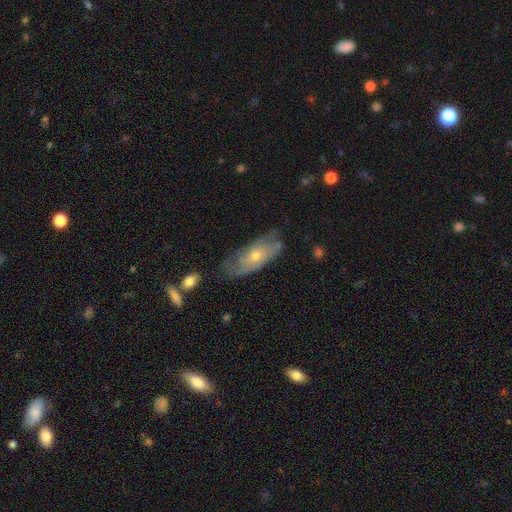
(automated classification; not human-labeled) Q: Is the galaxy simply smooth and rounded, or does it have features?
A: featured or disk — 50%.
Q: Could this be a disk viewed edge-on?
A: no — 79%.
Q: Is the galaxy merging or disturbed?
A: none — 62%.